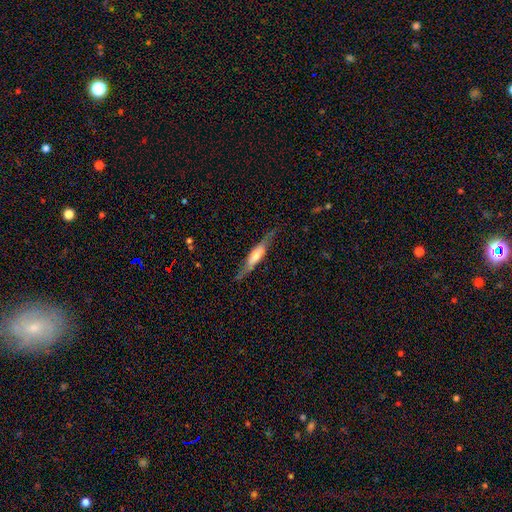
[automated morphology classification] smooth-or-featured: featured or disk: 59% | smooth: 35% | star or artifact: 6%
  disk-edge-on: yes: 82% | no: 18%
  merging: none: 77% | minor disturbance: 16% | major disturbance: 6% | merger: 1%